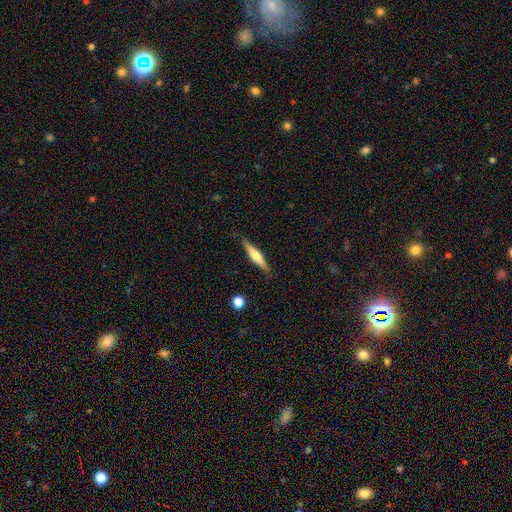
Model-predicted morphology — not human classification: featured or disk 60%, smooth 34%, star or artifact 6%. Down the decision tree: edge-on disk — yes (96%); edge-on bulge — rounded (87%); merging — none (86%).